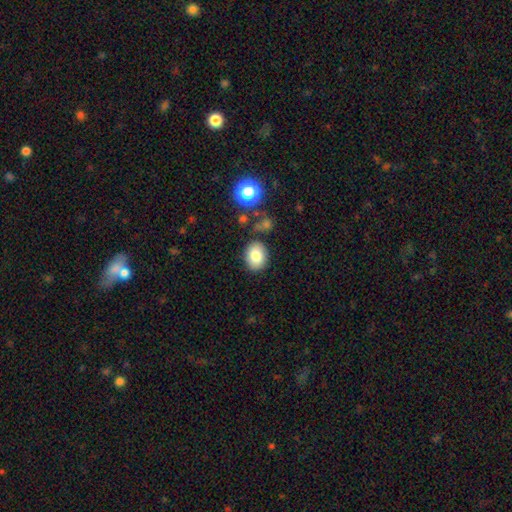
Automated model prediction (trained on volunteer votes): Q: Smooth or featured?
A: smooth (82%); runner-up: star or artifact (9%)
Q: How rounded?
A: in between (58%); runner-up: round (42%)
Q: Merging?
A: none (81%); runner-up: minor disturbance (12%)